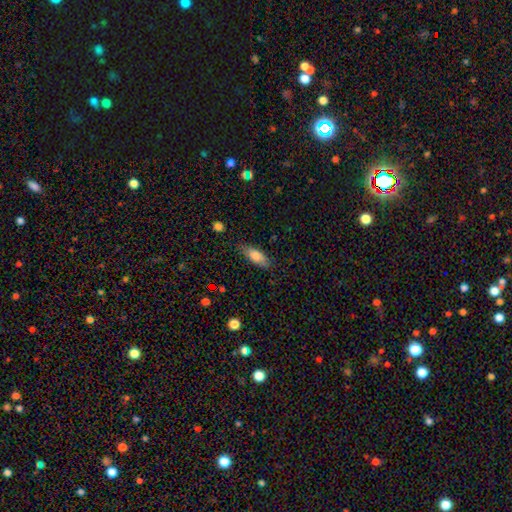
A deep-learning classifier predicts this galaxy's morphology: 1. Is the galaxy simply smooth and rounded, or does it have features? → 78% smooth, 15% featured or disk, 7% star or artifact.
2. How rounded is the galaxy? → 72% in between, 25% cigar-shaped, 2% round.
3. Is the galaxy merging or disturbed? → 79% none, 17% minor disturbance, 3% major disturbance, 1% merger.